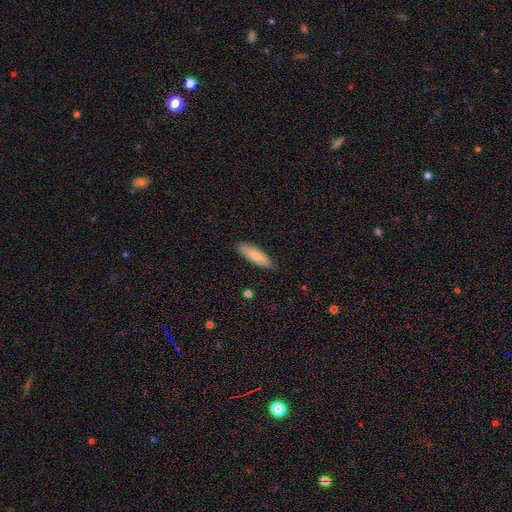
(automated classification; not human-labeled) Smooth or featured?
  - smooth: 79% *
  - featured or disk: 16%
  - star or artifact: 6%
How rounded?
  - cigar-shaped: 57% *
  - in between: 42%
  - round: 2%
Merging?
  - none: 85% *
  - minor disturbance: 11%
  - major disturbance: 2%
  - merger: 1%